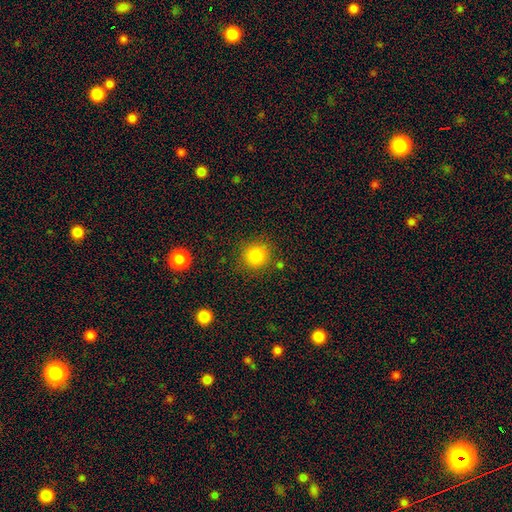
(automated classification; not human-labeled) This appears to be a smooth galaxy with no disk features (83%) that is round (89%). Merging: none (84%).